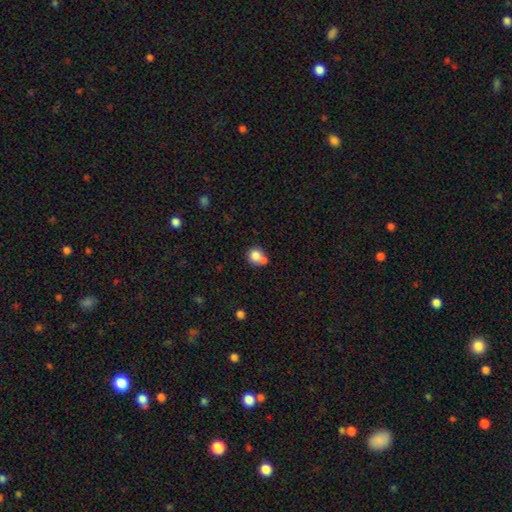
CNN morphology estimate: Smooth or featured? Predicted: smooth (p=0.79). How rounded? Predicted: round (p=0.84). Merging? Predicted: merger (p=0.45).